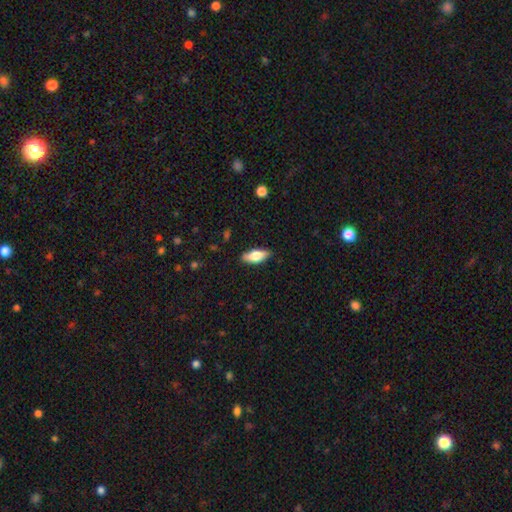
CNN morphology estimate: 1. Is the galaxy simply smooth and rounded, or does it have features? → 71% smooth, 23% featured or disk, 6% star or artifact.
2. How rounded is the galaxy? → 80% in between, 18% cigar-shaped, 3% round.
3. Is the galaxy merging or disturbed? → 85% none, 12% minor disturbance, 2% major disturbance, 1% merger.